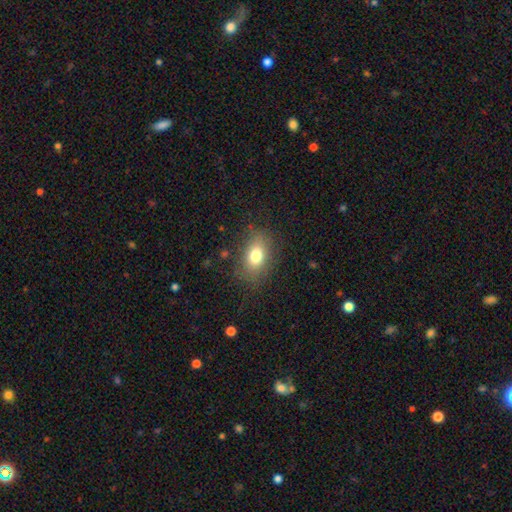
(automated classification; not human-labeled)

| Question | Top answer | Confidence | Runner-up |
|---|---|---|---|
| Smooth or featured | smooth | 76% | featured or disk (13%) |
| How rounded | in between | 80% | round (18%) |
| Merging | none | 80% | minor disturbance (14%) |